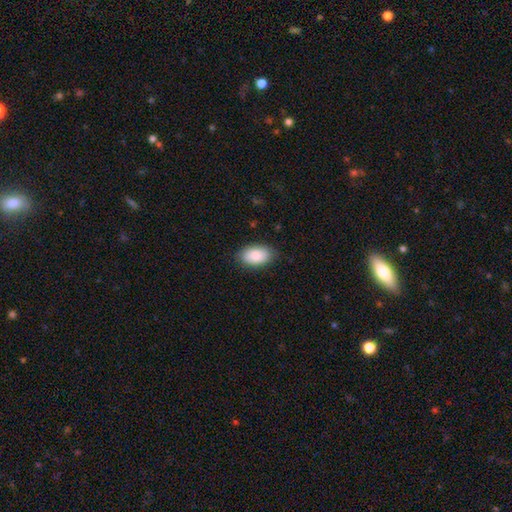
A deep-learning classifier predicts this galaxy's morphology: This is clearly a smooth galaxy (87%). How rounded: clearly in between (93%). Merging: clearly none (85%).